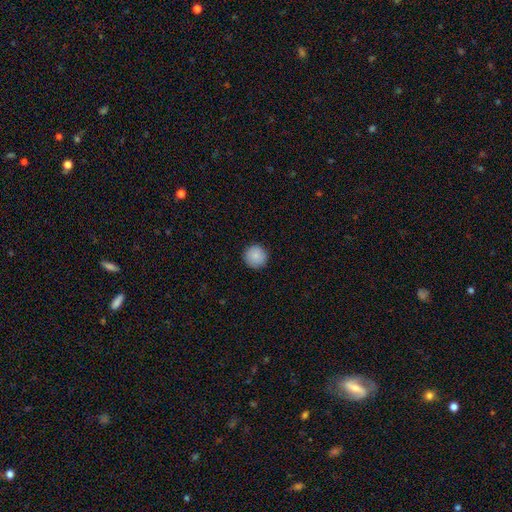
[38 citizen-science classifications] Smooth or featured? 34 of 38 (89%) said smooth. How rounded? 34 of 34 (100%) said round. Merging? 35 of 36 (97%) said none.